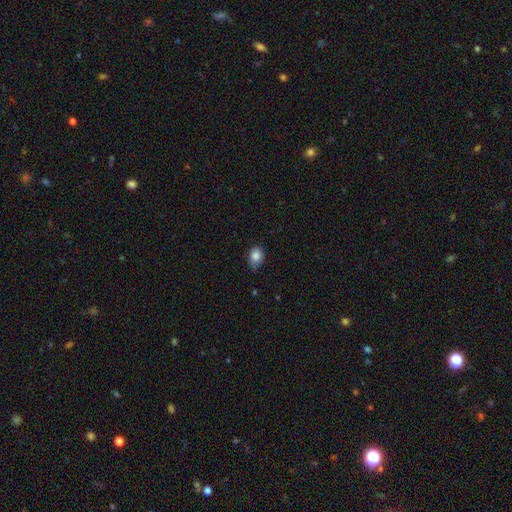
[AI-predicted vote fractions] smooth_or_featured: smooth (p=0.85) [alt: star or artifact p=0.09]
how_rounded: in between (p=0.57) [alt: round p=0.42]
merging: none (p=0.58) [alt: minor disturbance p=0.35]